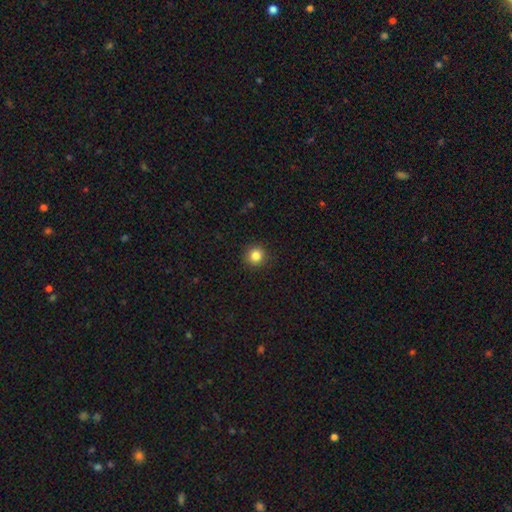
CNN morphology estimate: Smooth or featured: smooth — 83% (star or artifact — 12%)
How rounded: round — 94% (in between — 5%)
Merging: none — 92% (minor disturbance — 5%)